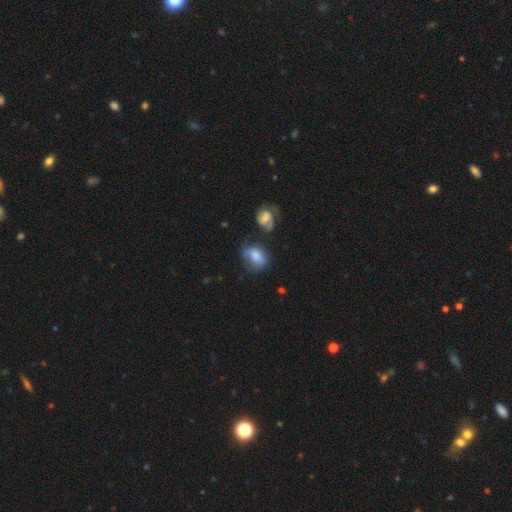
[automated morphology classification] A smooth galaxy with no disk features (66%) that is in between round and cigar-shaped (68%).

Vote fractions:
- Smooth or featured? smooth: 66% / featured or disk: 25% / star or artifact: 9%
- How rounded? in between: 68% / round: 31% / cigar-shaped: 2%
- Merging? none: 41% / minor disturbance: 28% / major disturbance: 18% / merger: 14%